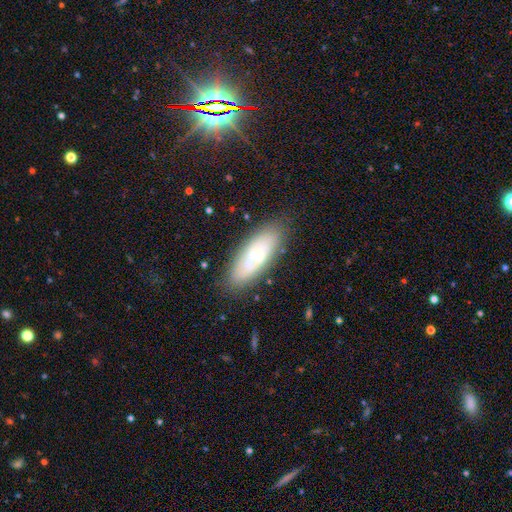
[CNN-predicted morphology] This appears to be a featured or disk galaxy (47%). Merging: none (79%).